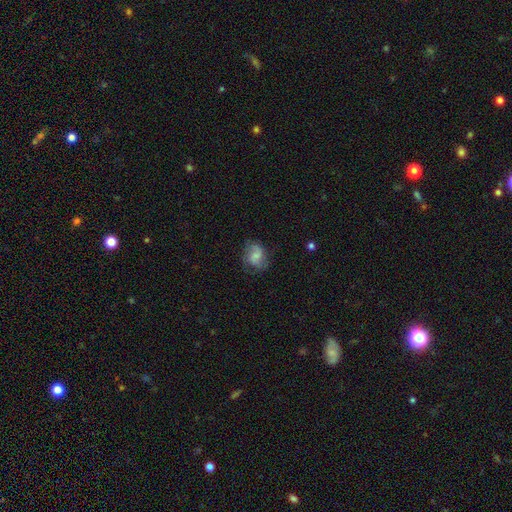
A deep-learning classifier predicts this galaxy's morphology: Smooth or featured: smooth — 53% (featured or disk — 39%)
How rounded: in between — 54% (round — 44%)
Merging: none — 64% (minor disturbance — 24%)